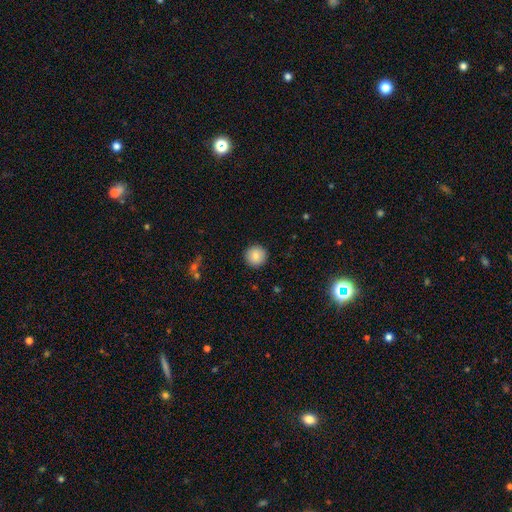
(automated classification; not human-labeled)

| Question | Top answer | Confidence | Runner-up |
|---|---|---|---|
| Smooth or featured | smooth | 85% | star or artifact (9%) |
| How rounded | round | 95% | in between (4%) |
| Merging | none | 92% | minor disturbance (5%) |